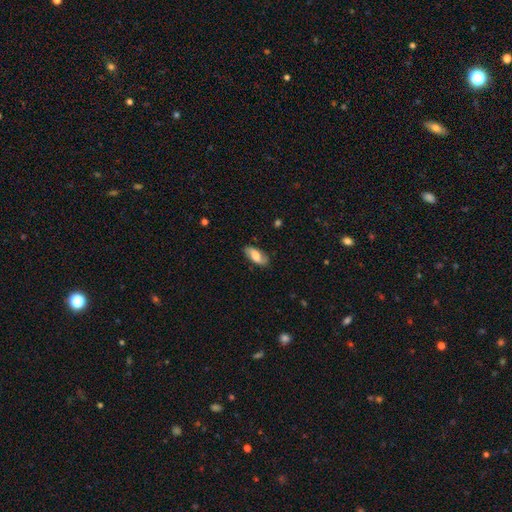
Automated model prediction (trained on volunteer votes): A smooth galaxy with no disk features (55%) that is in between round and cigar-shaped (85%). Merging: none (80%).